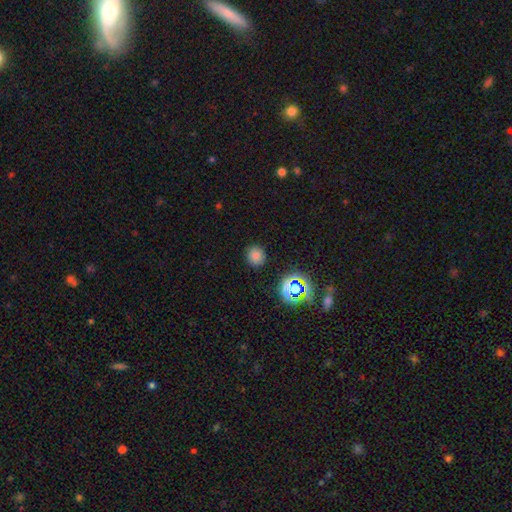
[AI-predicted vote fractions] Morphology: type=smooth (76%); roundness=round (88%); merging=none (88%).